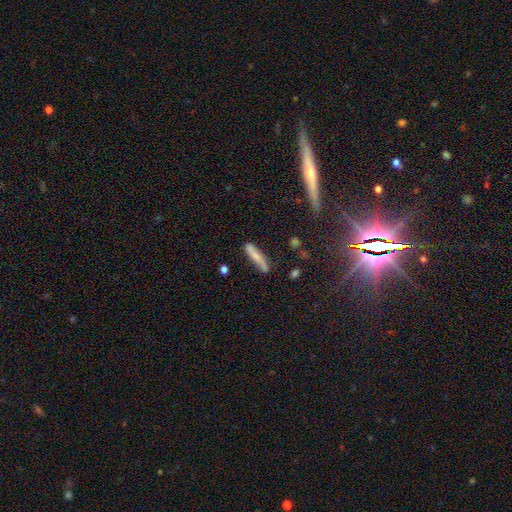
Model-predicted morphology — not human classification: smooth-or-featured: smooth: 65% | featured or disk: 28% | star or artifact: 7%
  how-rounded: cigar-shaped: 86% | in between: 12% | round: 2%
  merging: none: 73% | minor disturbance: 19% | major disturbance: 4% | merger: 4%